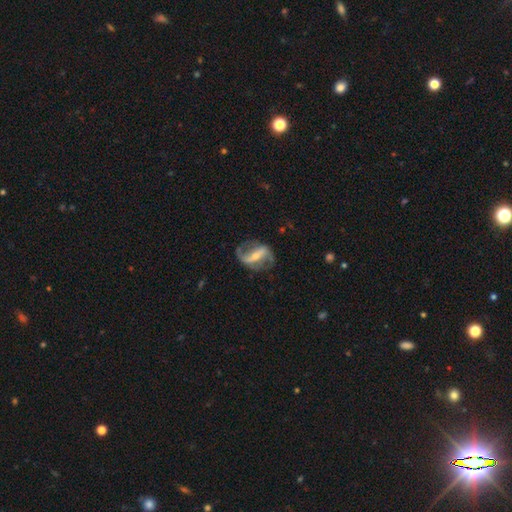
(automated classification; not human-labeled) This is clearly a featured or disk galaxy (86%). It is clearly not viewed edge-on (95%). Bar: likely strong (63%). Spiral arm pattern: clearly yes (92%). Spiral arm count: clearly 2 (88%). Spiral winding: possibly loose (59%). Central bulge: possibly small (55%). Merging: likely none (72%).